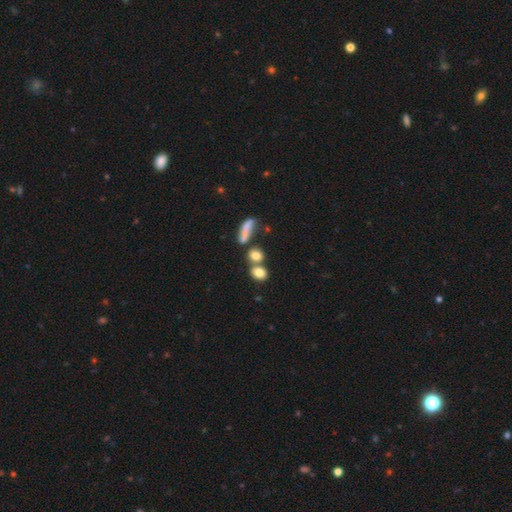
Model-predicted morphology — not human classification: smooth_or_featured: smooth (p=0.76) [alt: featured or disk p=0.12]
how_rounded: round (p=0.56) [alt: in between p=0.37]
merging: none (p=0.47) [alt: merger p=0.37]